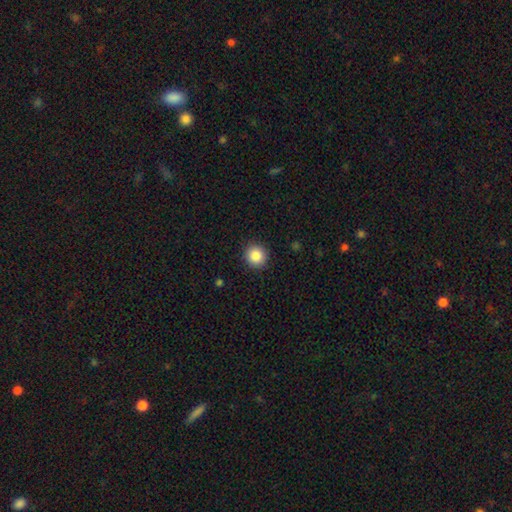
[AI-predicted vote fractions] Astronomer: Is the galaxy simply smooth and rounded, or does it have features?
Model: smooth — 87%.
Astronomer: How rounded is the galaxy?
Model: round — 94%.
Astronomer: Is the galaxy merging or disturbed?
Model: none — 92%.